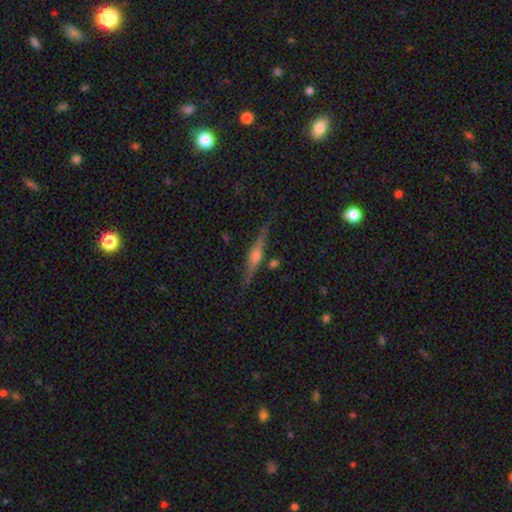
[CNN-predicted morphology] Smooth or featured? featured or disk (77%)
Edge-on disk? yes (97%)
Edge-on bulge? rounded (88%)
Merging? none (85%)